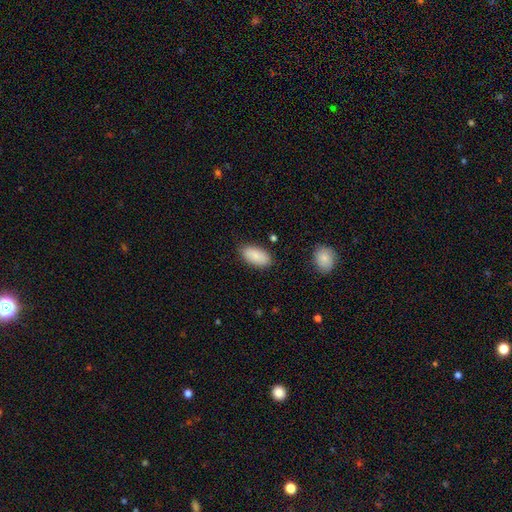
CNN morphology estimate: Smooth or featured? Predicted: smooth (p=0.84). How rounded? Predicted: in between (p=0.94). Merging? Predicted: none (p=0.83).